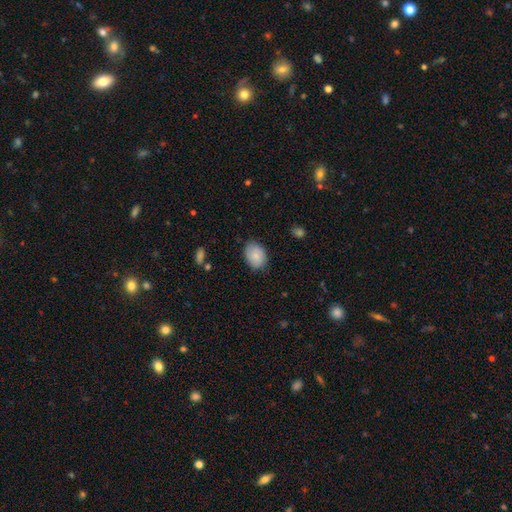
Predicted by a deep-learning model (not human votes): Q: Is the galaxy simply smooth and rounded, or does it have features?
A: smooth — 82%.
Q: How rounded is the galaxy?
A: in between — 72%.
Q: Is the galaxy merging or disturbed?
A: none — 79%.